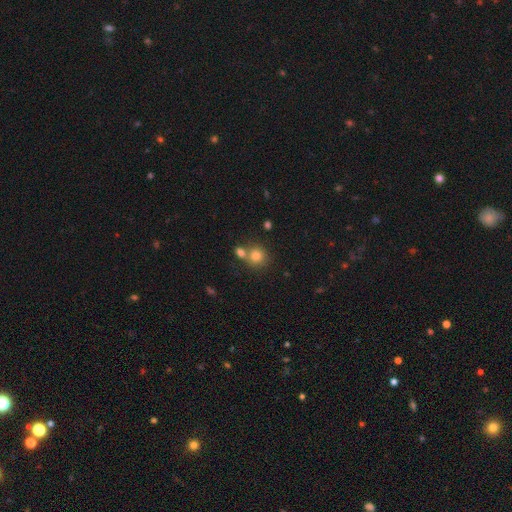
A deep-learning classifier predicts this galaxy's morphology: type=smooth (79%); roundness=round (85%); merging=none (54%).